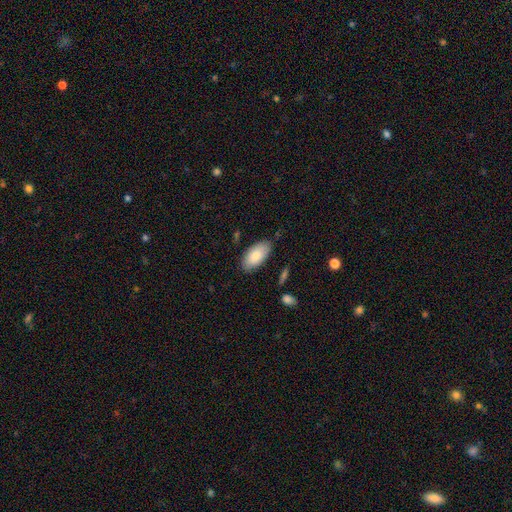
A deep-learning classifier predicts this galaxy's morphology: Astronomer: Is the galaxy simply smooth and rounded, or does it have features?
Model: smooth — 83%.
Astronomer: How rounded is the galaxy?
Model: in between — 95%.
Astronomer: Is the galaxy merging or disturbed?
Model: none — 81%.